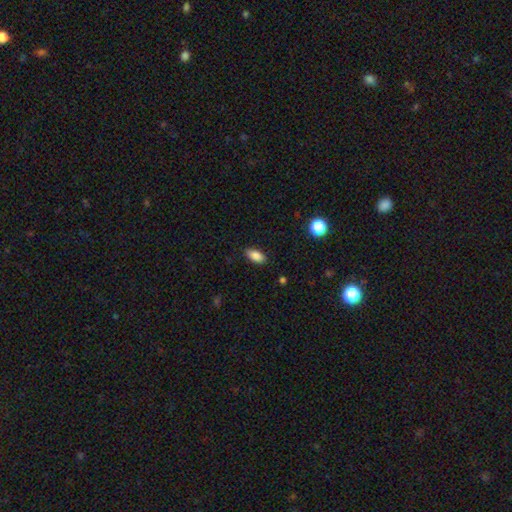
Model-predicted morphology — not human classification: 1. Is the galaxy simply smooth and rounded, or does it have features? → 85% smooth, 8% star or artifact, 6% featured or disk.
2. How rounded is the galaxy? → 88% in between, 8% cigar-shaped, 4% round.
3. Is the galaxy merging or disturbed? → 86% none, 10% minor disturbance, 2% major disturbance, 1% merger.